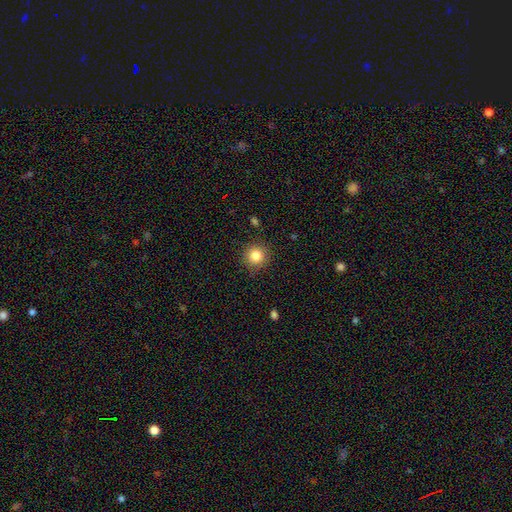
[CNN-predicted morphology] A smooth galaxy with no disk features (83%) that is round (93%).

Vote fractions:
- Smooth or featured? smooth: 83% / star or artifact: 11% / featured or disk: 6%
- How rounded? round: 93% / in between: 6% / cigar-shaped: 1%
- Merging? none: 88% / minor disturbance: 8% / major disturbance: 2% / merger: 1%